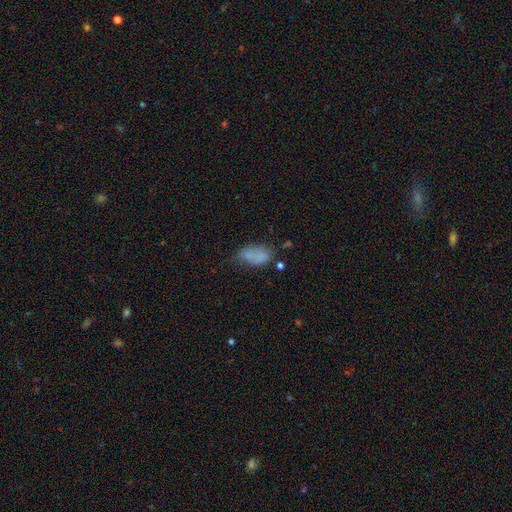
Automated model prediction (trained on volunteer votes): Q: Smooth or featured?
A: smooth (75%); runner-up: featured or disk (14%)
Q: How rounded?
A: in between (90%); runner-up: round (7%)
Q: Merging?
A: none (49%); runner-up: minor disturbance (29%)